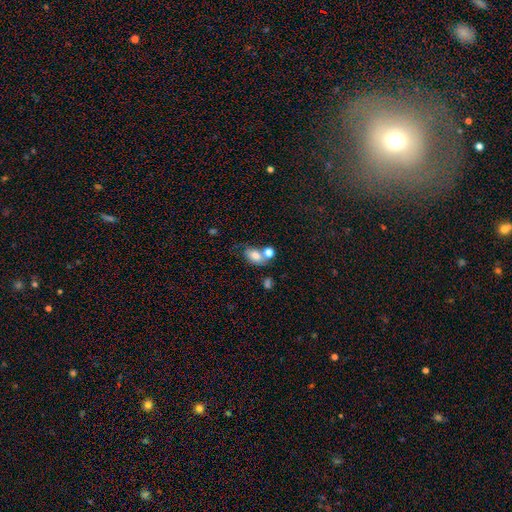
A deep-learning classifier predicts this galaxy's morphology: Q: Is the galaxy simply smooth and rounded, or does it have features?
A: smooth — 76%.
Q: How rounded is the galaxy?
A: in between — 80%.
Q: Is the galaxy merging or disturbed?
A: none — 41%.